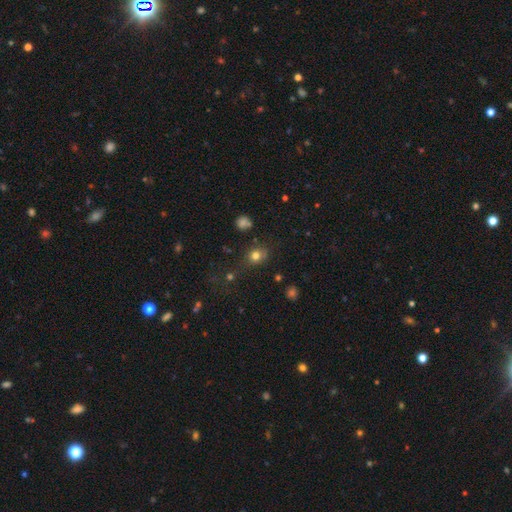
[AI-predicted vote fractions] Morphology: type=smooth (77%); roundness=round (68%); merging=none (69%).